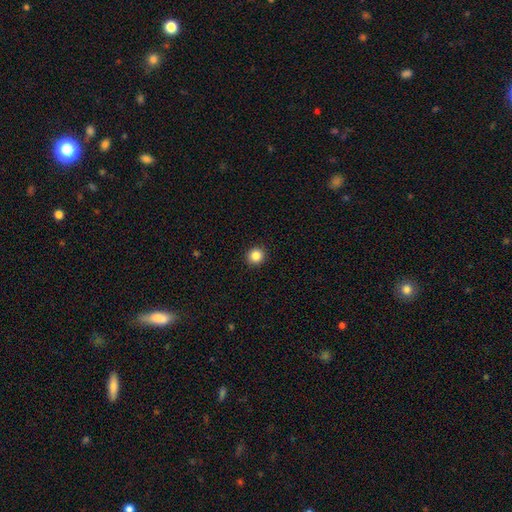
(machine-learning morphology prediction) Smooth or featured?
  - smooth: 85% *
  - star or artifact: 11%
  - featured or disk: 4%
How rounded?
  - round: 93% *
  - in between: 6%
  - cigar-shaped: 1%
Merging?
  - none: 93% *
  - minor disturbance: 5%
  - major disturbance: 2%
  - merger: 1%